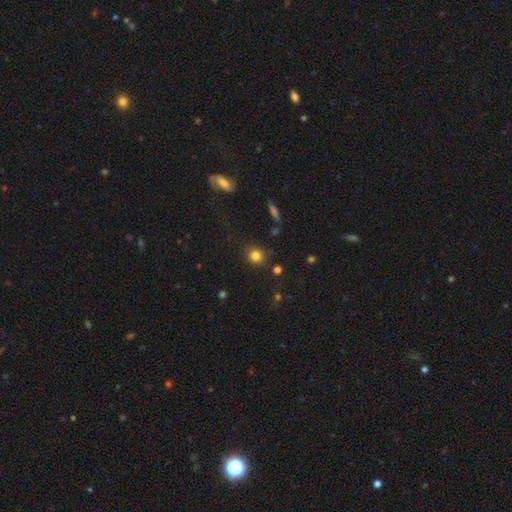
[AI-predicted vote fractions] Morphology: type=smooth (82%); roundness=round (82%); merging=none (85%).